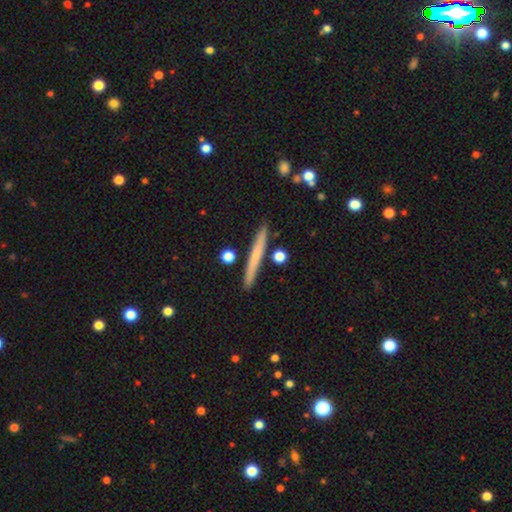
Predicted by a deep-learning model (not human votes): Morphology: type=smooth (61%); roundness=cigar-shaped (96%); merging=none (89%).